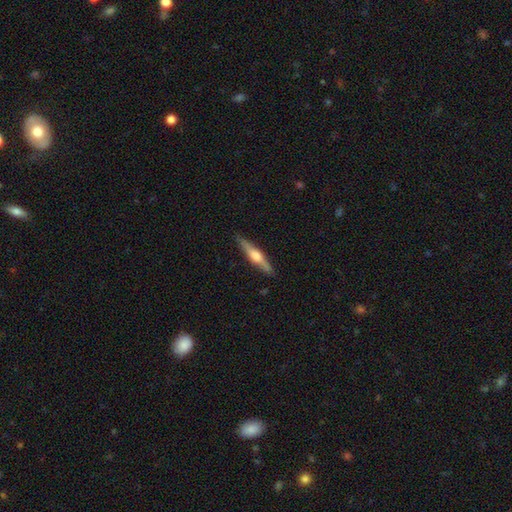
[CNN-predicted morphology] smooth-or-featured: featured or disk: 63% | smooth: 32% | star or artifact: 5%
  disk-edge-on: yes: 96% | no: 4%
    edge-on-bulge: rounded: 87% | boxy: 9% | none: 4%
  merging: none: 87% | minor disturbance: 10% | major disturbance: 2% | merger: 1%